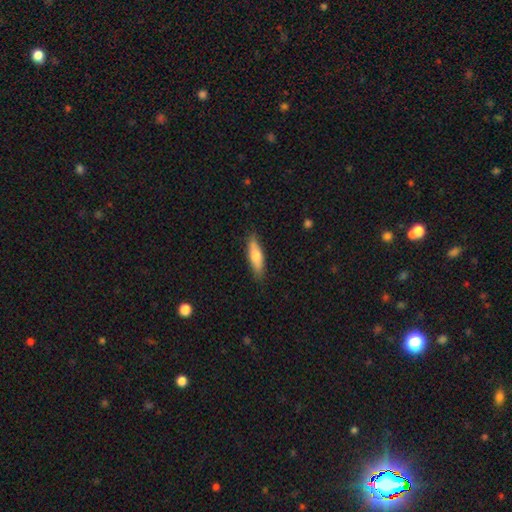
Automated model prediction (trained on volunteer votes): Q: Smooth or featured?
A: smooth (68%); runner-up: featured or disk (26%)
Q: How rounded?
A: cigar-shaped (55%); runner-up: in between (43%)
Q: Merging?
A: none (83%); runner-up: minor disturbance (13%)